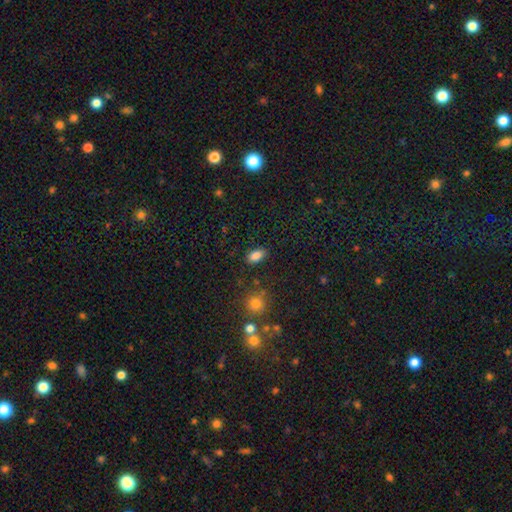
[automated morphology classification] Smooth or featured?
  - smooth: 85% *
  - star or artifact: 10%
  - featured or disk: 5%
How rounded?
  - in between: 90% *
  - round: 6%
  - cigar-shaped: 4%
Merging?
  - none: 84% *
  - minor disturbance: 11%
  - major disturbance: 3%
  - merger: 2%